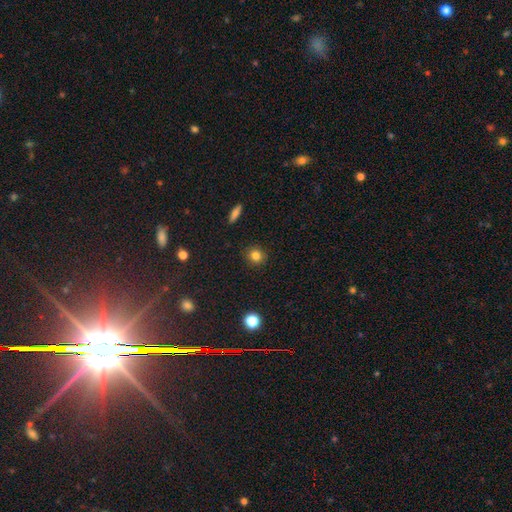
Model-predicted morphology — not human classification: A smooth galaxy with no disk features (81%) that is round (90%).

Vote fractions:
- Smooth or featured? smooth: 81% / star or artifact: 12% / featured or disk: 7%
- How rounded? round: 90% / in between: 9% / cigar-shaped: 1%
- Merging? none: 90% / minor disturbance: 7% / major disturbance: 2% / merger: 1%